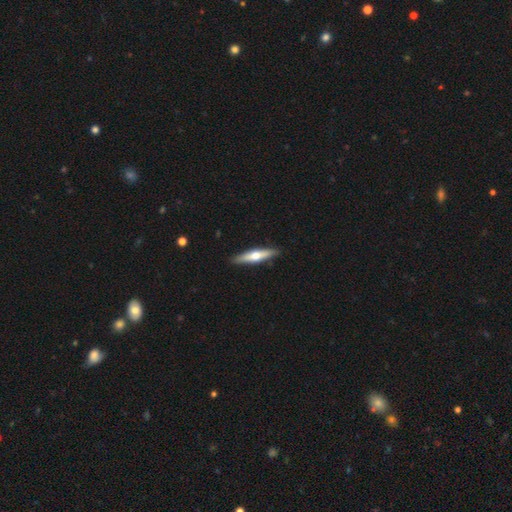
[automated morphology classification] featured or disk 53%, smooth 42%, star or artifact 5%. Down the decision tree: edge-on disk — yes (93%); merging — none (90%).